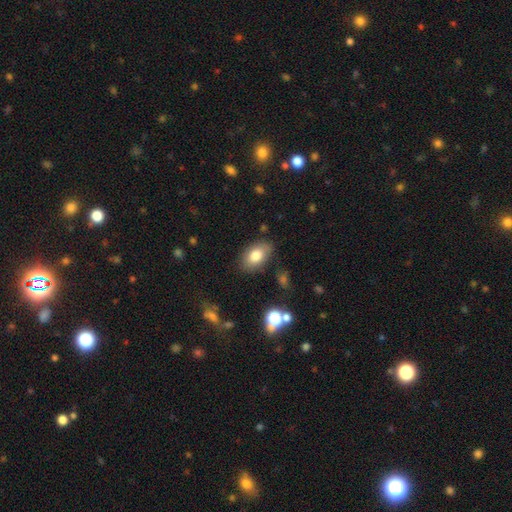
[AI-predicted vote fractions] Smooth or featured? smooth (80%)
How rounded? in between (90%)
Merging? none (83%)